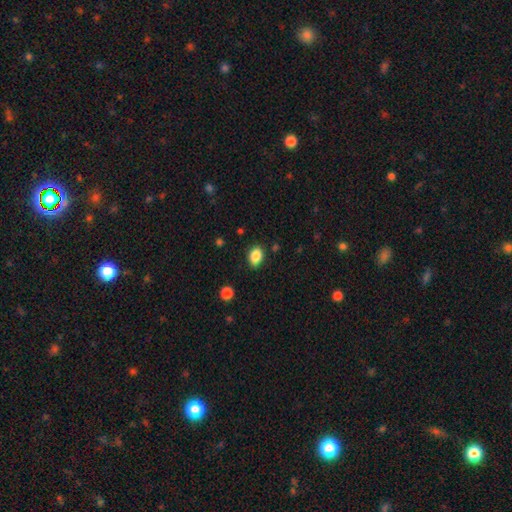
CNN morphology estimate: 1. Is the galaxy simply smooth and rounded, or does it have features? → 88% smooth, 8% star or artifact, 4% featured or disk.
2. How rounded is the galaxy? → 78% in between, 21% round, 1% cigar-shaped.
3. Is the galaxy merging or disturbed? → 83% none, 13% minor disturbance, 3% major disturbance, 2% merger.